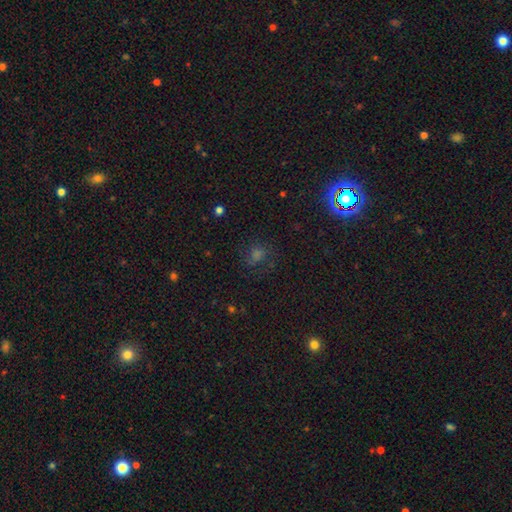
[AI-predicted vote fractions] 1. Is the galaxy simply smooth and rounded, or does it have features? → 45% star or artifact, 39% smooth, 16% featured or disk.